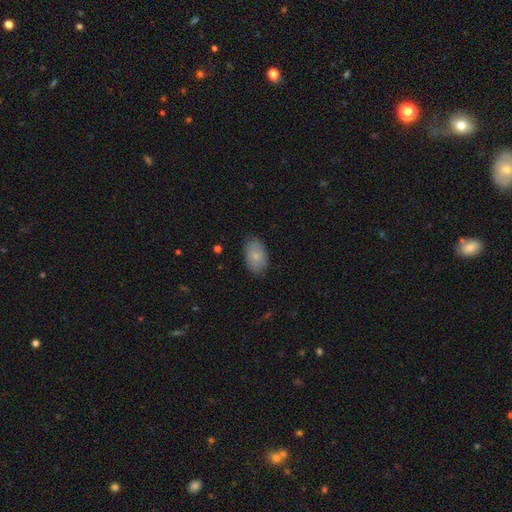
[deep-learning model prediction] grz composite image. It shows a smooth galaxy with no disk features (79%) that is in between round and cigar-shaped (91%). Merging: none (81%).